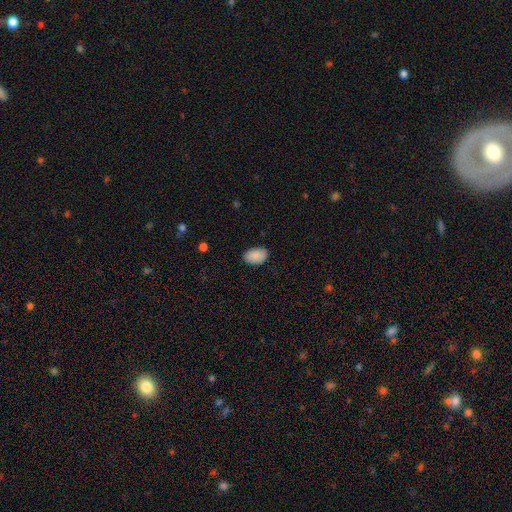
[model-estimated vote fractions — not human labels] Morphology: type=smooth (89%); roundness=in between (91%); merging=none (85%).